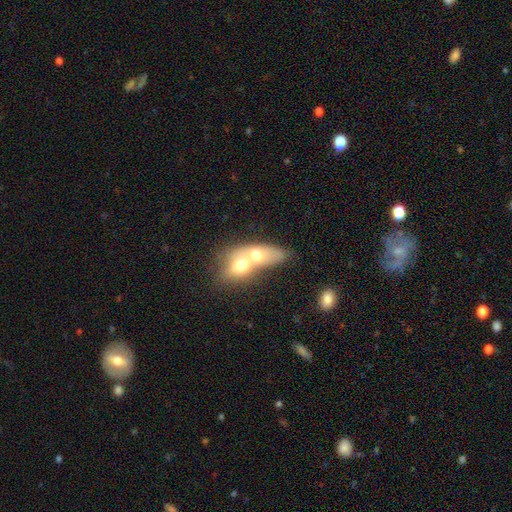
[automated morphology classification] smooth_or_featured: smooth (p=0.58) [alt: featured or disk p=0.34]
how_rounded: in between (p=0.62) [alt: round p=0.26]
merging: merger (p=0.80) [alt: none p=0.12]